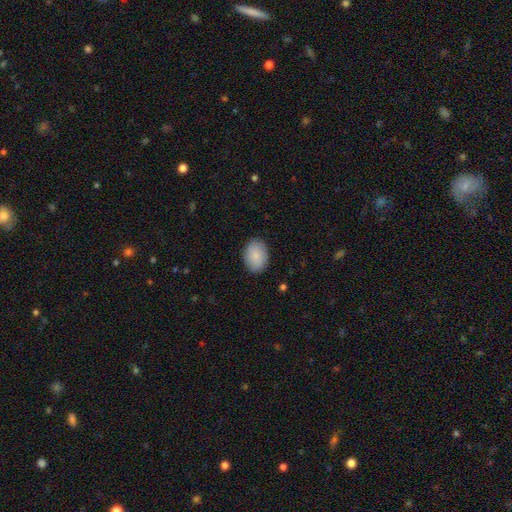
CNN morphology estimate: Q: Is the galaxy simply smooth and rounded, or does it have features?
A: smooth — 86%.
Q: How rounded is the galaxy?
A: in between — 78%.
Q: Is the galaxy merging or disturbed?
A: none — 87%.